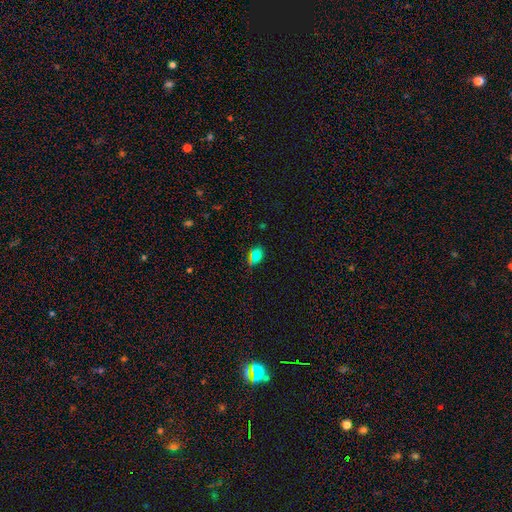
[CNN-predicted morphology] Smooth or featured? smooth (71%)
How rounded? in between (63%)
Merging? none (65%)